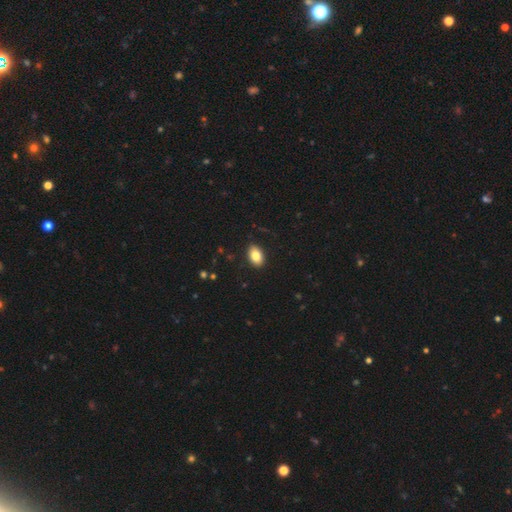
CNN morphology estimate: This appears to be a smooth galaxy with no disk features (84%) that is in between round and cigar-shaped (89%). Merging: none (88%).